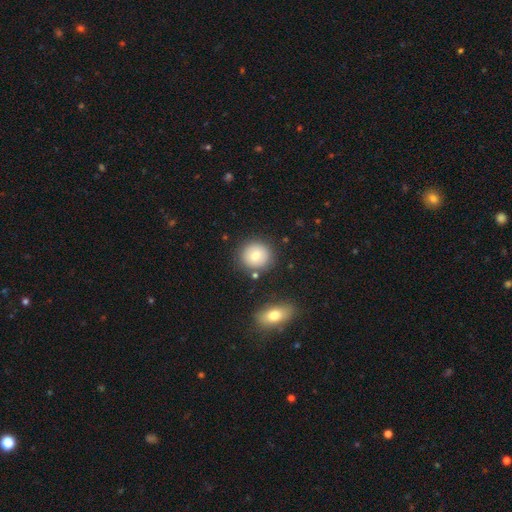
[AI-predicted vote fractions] smooth-or-featured: smooth: 75% | featured or disk: 15% | star or artifact: 10%
  how-rounded: round: 90% | in between: 9% | cigar-shaped: 1%
  merging: none: 83% | minor disturbance: 9% | merger: 6% | major disturbance: 3%